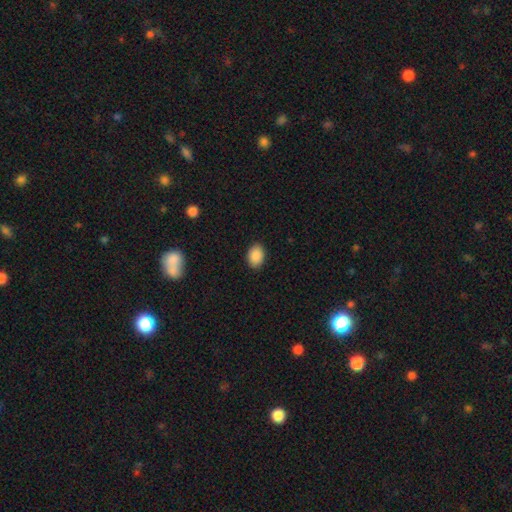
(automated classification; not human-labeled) smooth 90%, star or artifact 8%, featured or disk 3%. Down the decision tree: how rounded — in between (79%); merging — none (89%).